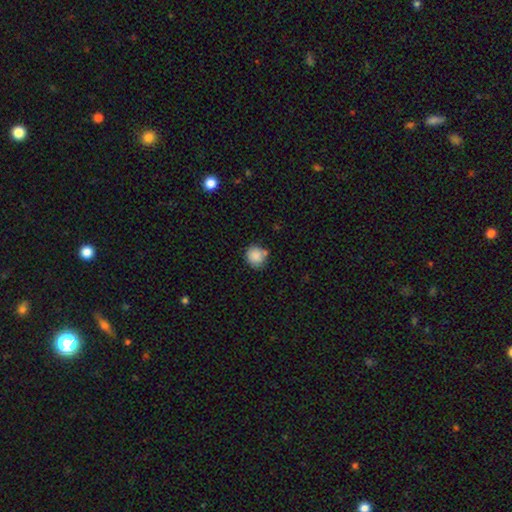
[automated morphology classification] smooth_or_featured: smooth (p=0.87) [alt: star or artifact p=0.09]
how_rounded: round (p=0.88) [alt: in between p=0.11]
merging: none (p=0.72) [alt: minor disturbance p=0.17]